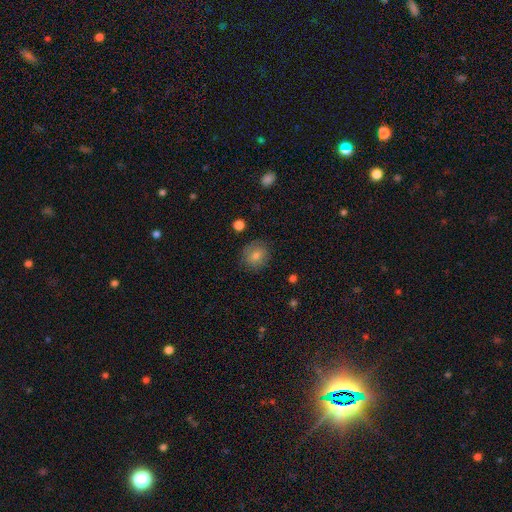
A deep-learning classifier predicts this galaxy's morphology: smooth 73%, featured or disk 16%, star or artifact 11%. Down the decision tree: how rounded — round (84%); merging — none (84%).